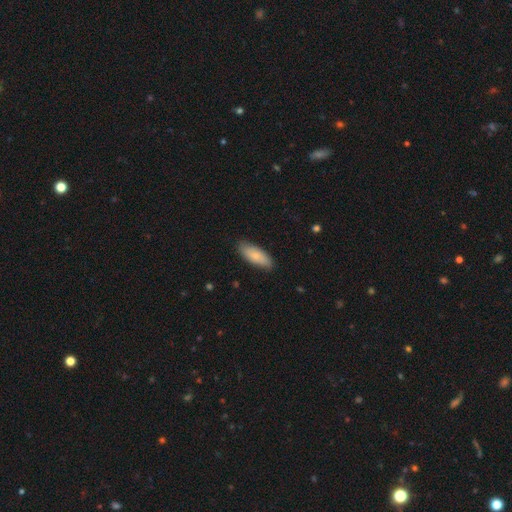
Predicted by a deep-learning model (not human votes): smooth_or_featured: smooth (p=0.78) [alt: featured or disk p=0.17]
how_rounded: in between (p=0.77) [alt: cigar-shaped p=0.21]
merging: none (p=0.85) [alt: minor disturbance p=0.12]